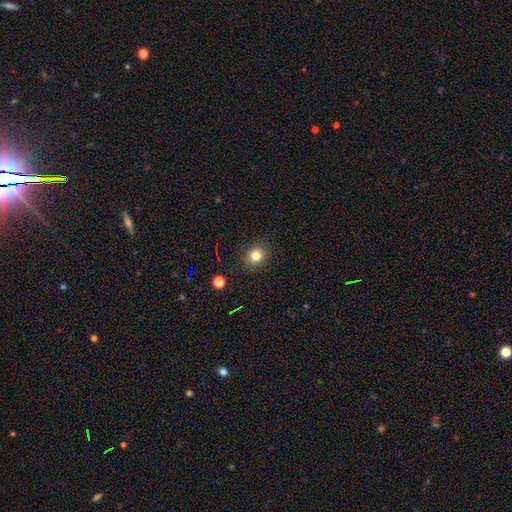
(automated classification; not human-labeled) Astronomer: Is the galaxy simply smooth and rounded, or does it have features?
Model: smooth — 80%.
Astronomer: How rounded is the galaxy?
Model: round — 85%.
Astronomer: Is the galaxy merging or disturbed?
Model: none — 90%.